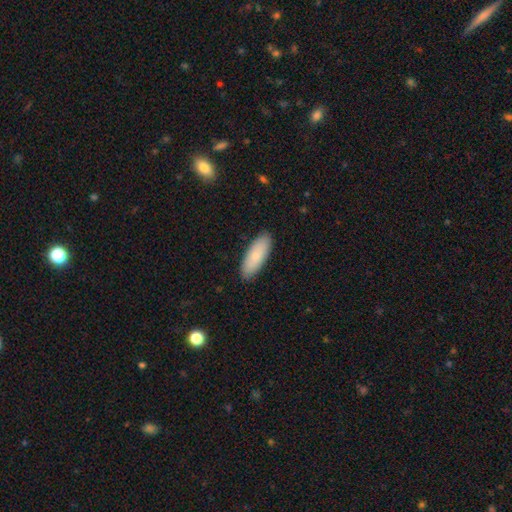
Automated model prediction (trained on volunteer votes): Smooth or featured?
  - smooth: 82% *
  - featured or disk: 12%
  - star or artifact: 6%
How rounded?
  - in between: 73% *
  - cigar-shaped: 26%
  - round: 2%
Merging?
  - none: 88% *
  - minor disturbance: 9%
  - major disturbance: 2%
  - merger: 1%